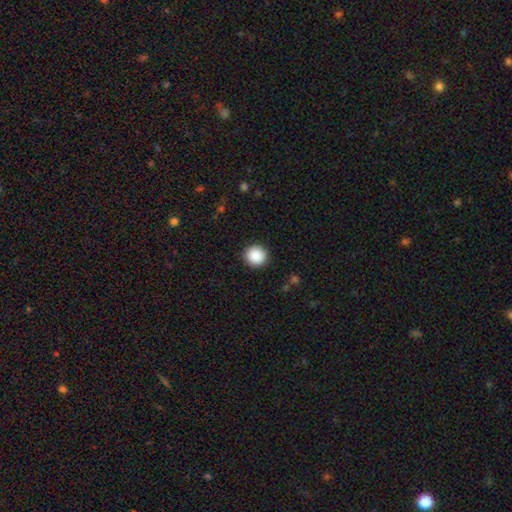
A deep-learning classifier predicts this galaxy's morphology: Smooth or featured? Predicted: smooth (p=0.89). How rounded? Predicted: round (p=0.95). Merging? Predicted: none (p=0.92).